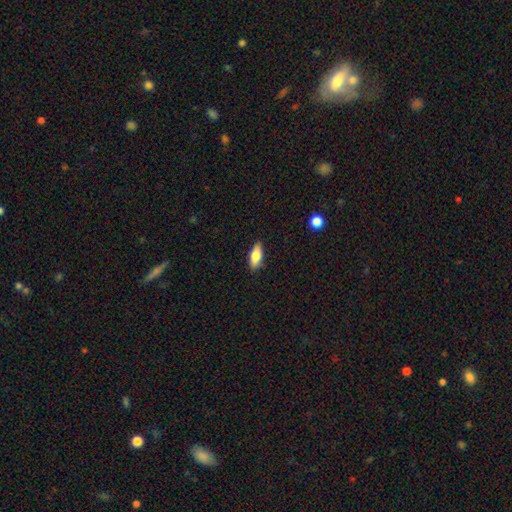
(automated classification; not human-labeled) This is likely a smooth galaxy (76%). How rounded: likely in between (75%). Merging: clearly none (85%).